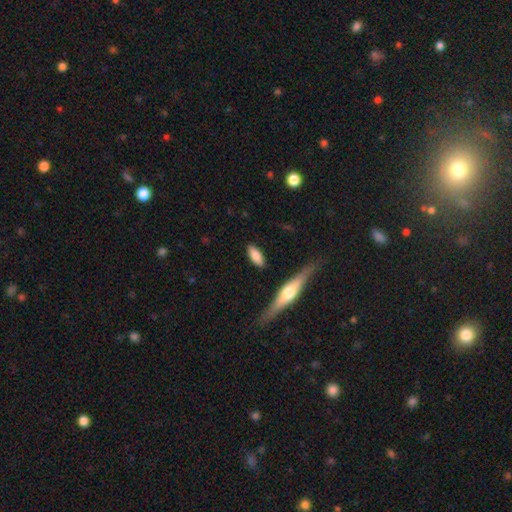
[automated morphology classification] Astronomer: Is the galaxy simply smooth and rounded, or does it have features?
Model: smooth — 79%.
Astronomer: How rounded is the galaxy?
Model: in between — 73%.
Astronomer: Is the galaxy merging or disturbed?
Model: none — 82%.